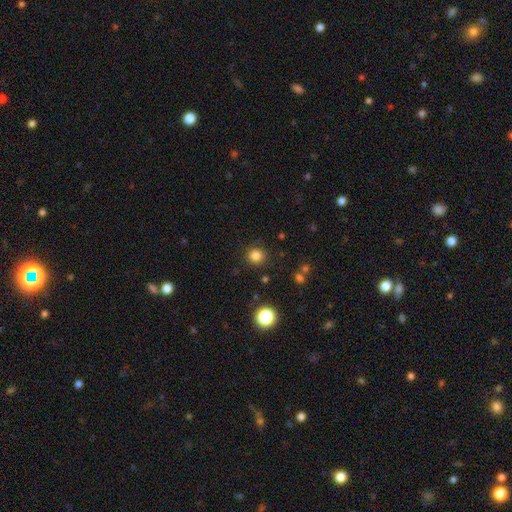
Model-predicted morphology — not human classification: This appears to be a smooth galaxy with no disk features (82%) that is round (92%). Merging: none (88%).